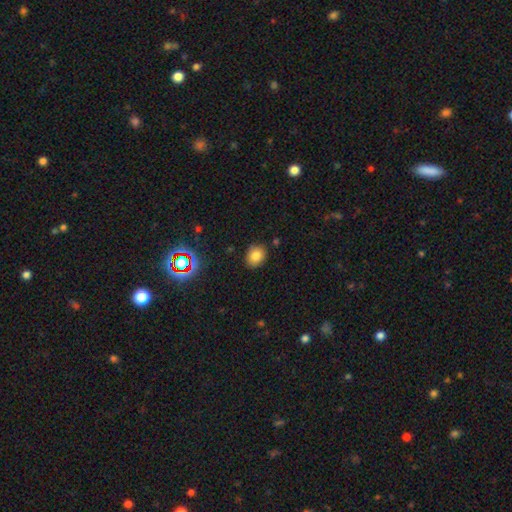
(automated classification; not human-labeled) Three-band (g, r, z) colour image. It shows a smooth galaxy with no disk features (81%) that is round (54%). Merging: none (85%).